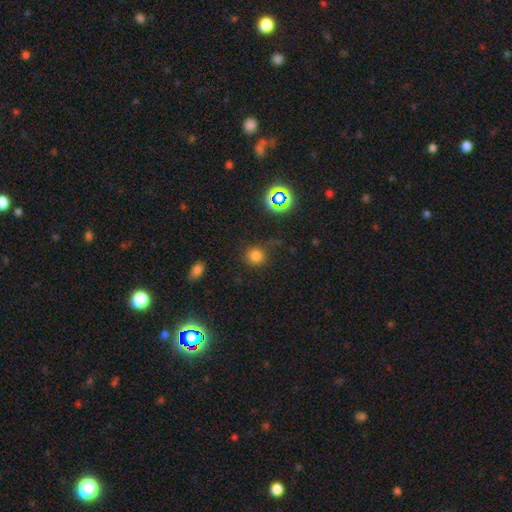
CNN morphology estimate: smooth-or-featured: smooth: 75% | star or artifact: 19% | featured or disk: 6%
  how-rounded: round: 88% | in between: 11% | cigar-shaped: 1%
  merging: none: 79% | minor disturbance: 13% | major disturbance: 5% | merger: 3%